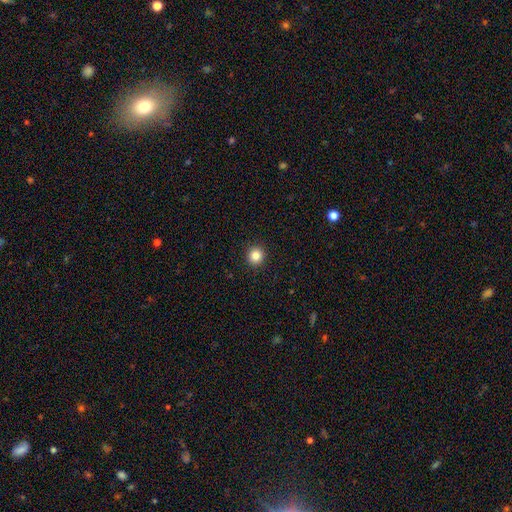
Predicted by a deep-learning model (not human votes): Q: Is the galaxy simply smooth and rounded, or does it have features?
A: smooth — 85%.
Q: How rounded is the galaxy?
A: round — 93%.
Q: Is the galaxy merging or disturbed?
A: none — 93%.